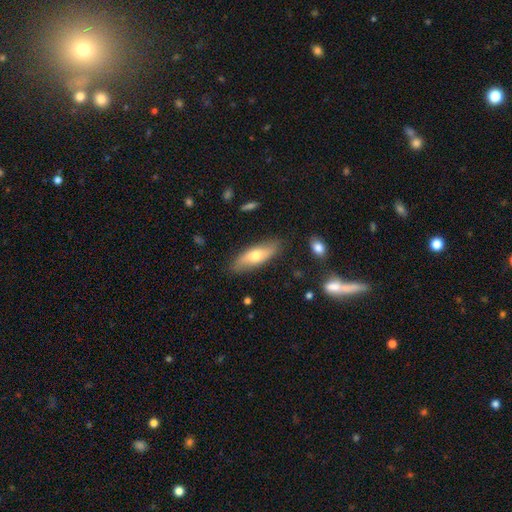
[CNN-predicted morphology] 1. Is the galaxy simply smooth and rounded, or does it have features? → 60% smooth, 34% featured or disk, 6% star or artifact.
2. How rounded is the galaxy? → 60% in between, 37% cigar-shaped, 3% round.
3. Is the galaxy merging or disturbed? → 83% none, 13% minor disturbance, 3% major disturbance, 2% merger.